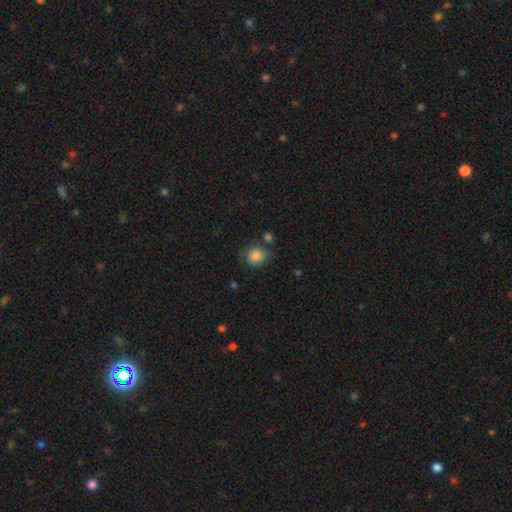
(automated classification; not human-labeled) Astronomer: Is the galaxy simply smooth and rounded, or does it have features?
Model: smooth — 86%.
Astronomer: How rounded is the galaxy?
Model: round — 82%.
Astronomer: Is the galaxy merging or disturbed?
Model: none — 74%.